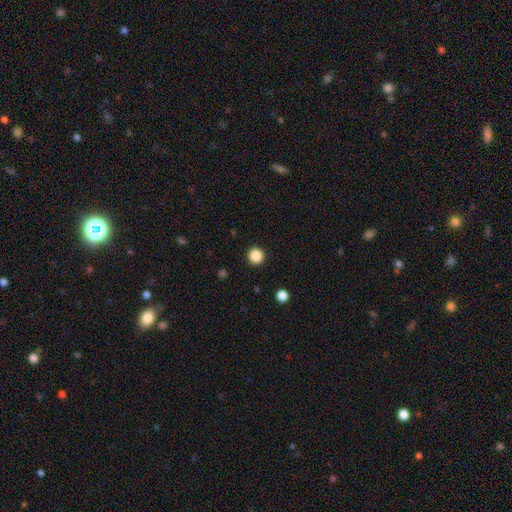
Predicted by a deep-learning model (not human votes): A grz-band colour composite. It shows a smooth galaxy with no disk features (87%) that is round (95%). Merging: none (93%).